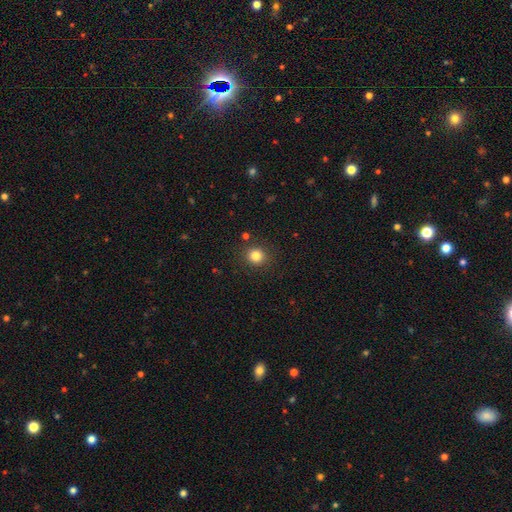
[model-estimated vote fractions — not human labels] Smooth or featured: smooth — 82% (star or artifact — 12%)
How rounded: round — 89% (in between — 10%)
Merging: none — 88% (minor disturbance — 7%)